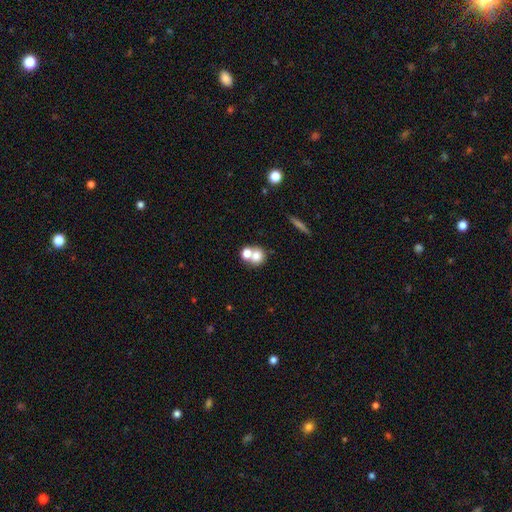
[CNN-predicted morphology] Smooth or featured: smooth — 73% (featured or disk — 16%)
How rounded: round — 78% (in between — 20%)
Merging: merger — 51% (none — 39%)